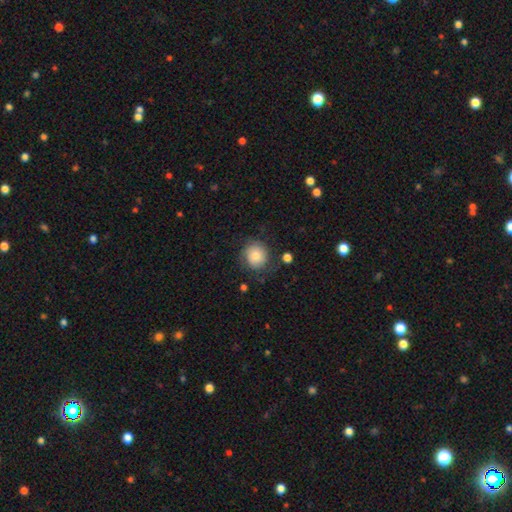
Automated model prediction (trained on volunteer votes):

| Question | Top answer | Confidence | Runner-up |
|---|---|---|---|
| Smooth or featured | smooth | 66% | featured or disk (26%) |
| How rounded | round | 87% | in between (12%) |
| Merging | none | 66% | minor disturbance (21%) |